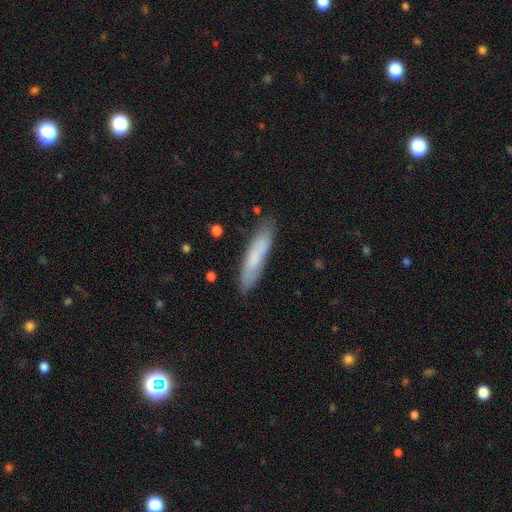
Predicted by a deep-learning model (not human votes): A smooth galaxy with no disk features (75%) that is cigar-shaped (82%). Merging: none (83%).